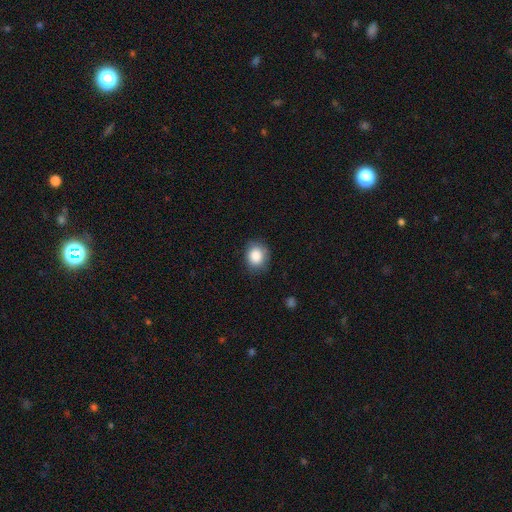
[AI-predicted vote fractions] A smooth galaxy with no disk features (86%) that is round (65%).

Vote fractions:
- Smooth or featured? smooth: 86% / star or artifact: 9% / featured or disk: 5%
- How rounded? round: 65% / in between: 35% / cigar-shaped: 1%
- Merging? none: 79% / minor disturbance: 16% / major disturbance: 3% / merger: 1%